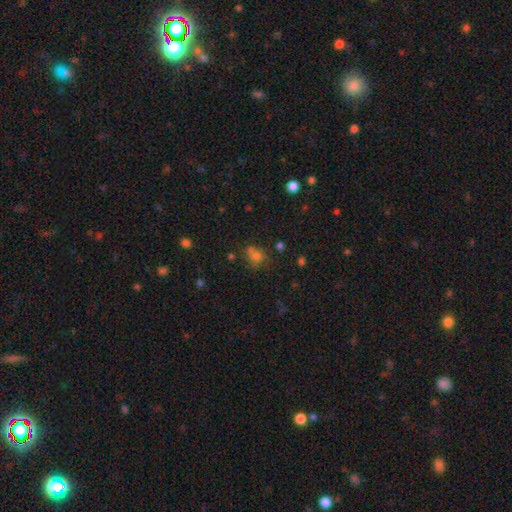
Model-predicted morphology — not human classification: This is likely a smooth galaxy (65%). How rounded: possibly round (57%). Merging: possibly none (53%).